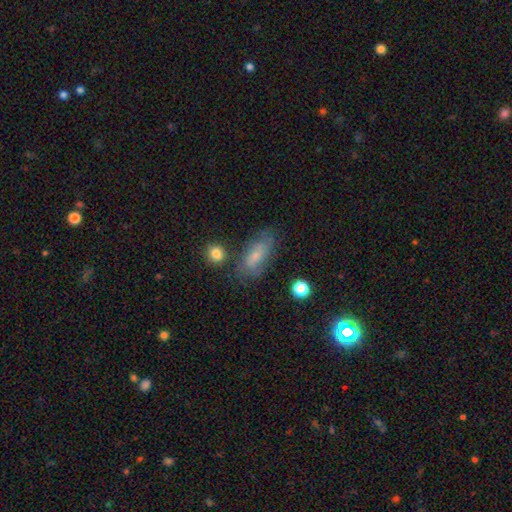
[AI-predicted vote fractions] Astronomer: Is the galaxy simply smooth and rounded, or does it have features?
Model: smooth — 61%.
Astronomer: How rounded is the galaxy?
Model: in between — 76%.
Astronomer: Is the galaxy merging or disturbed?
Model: none — 67%.